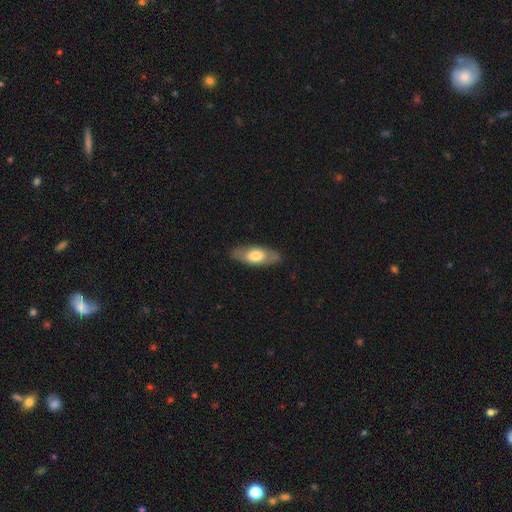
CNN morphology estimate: Q: Smooth or featured?
A: smooth (58%); runner-up: featured or disk (36%)
Q: How rounded?
A: in between (80%); runner-up: cigar-shaped (17%)
Q: Merging?
A: none (84%); runner-up: minor disturbance (12%)